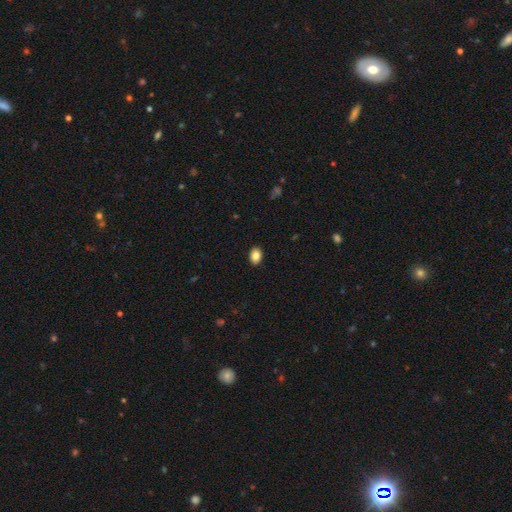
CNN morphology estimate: Smooth or featured? smooth (85%)
How rounded? in between (70%)
Merging? none (90%)